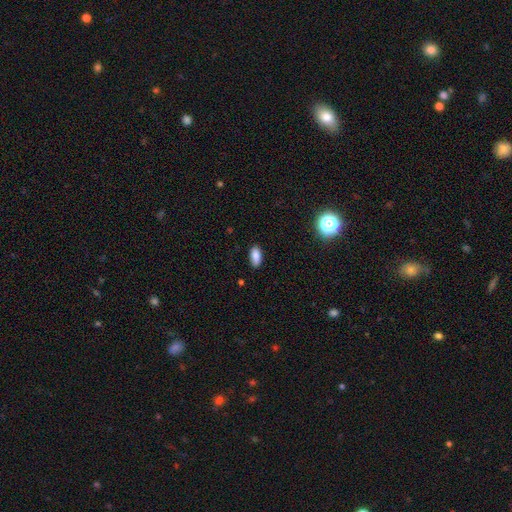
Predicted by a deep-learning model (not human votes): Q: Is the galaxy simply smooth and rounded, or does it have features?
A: smooth — 85%.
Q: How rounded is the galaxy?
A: in between — 91%.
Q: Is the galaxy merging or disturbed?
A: none — 85%.